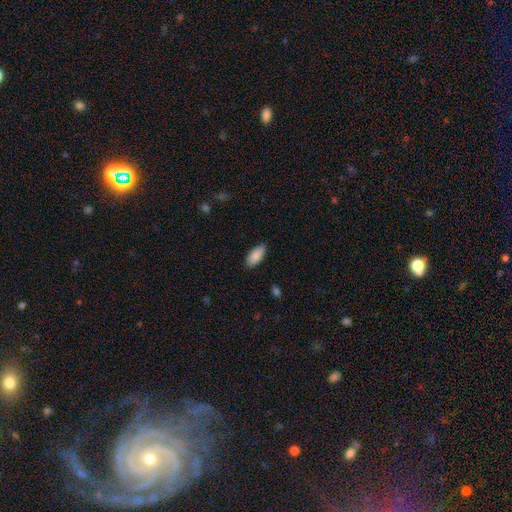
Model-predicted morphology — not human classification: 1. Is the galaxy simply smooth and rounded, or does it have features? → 89% smooth, 6% star or artifact, 5% featured or disk.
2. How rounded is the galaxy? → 89% in between, 10% cigar-shaped, 2% round.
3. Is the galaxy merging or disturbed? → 85% none, 12% minor disturbance, 2% major disturbance, 1% merger.